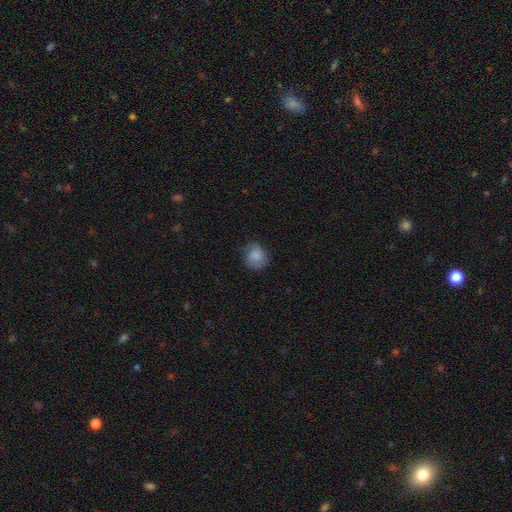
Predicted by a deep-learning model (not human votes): Morphology: type=smooth (83%); roundness=round (81%); merging=none (75%).